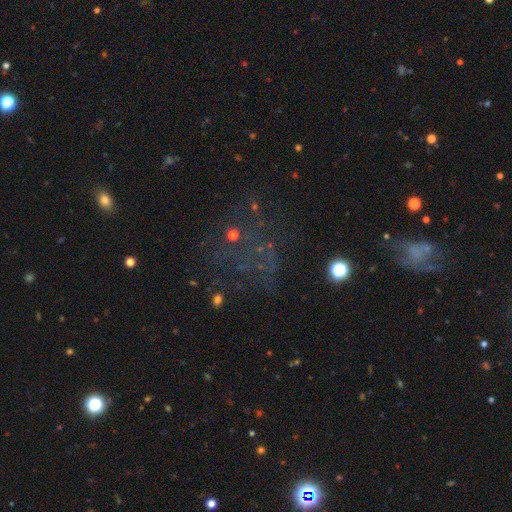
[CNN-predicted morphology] This appears to be a star or artifact, not a galaxy (53%).